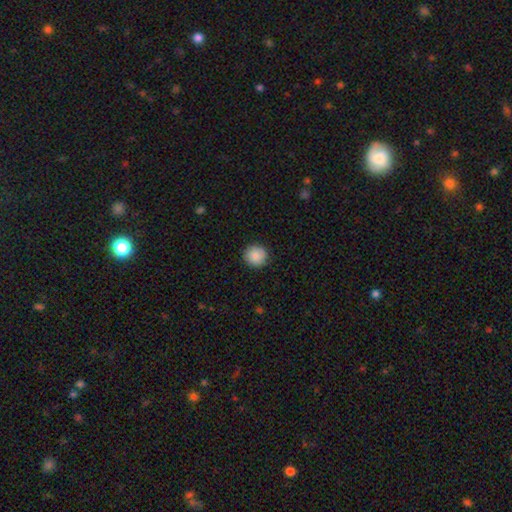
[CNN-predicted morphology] A smooth galaxy with no disk features (87%) that is round (94%).

Vote fractions:
- Smooth or featured? smooth: 87% / star or artifact: 8% / featured or disk: 5%
- How rounded? round: 94% / in between: 5% / cigar-shaped: 1%
- Merging? none: 91% / minor disturbance: 6% / major disturbance: 2% / merger: 1%